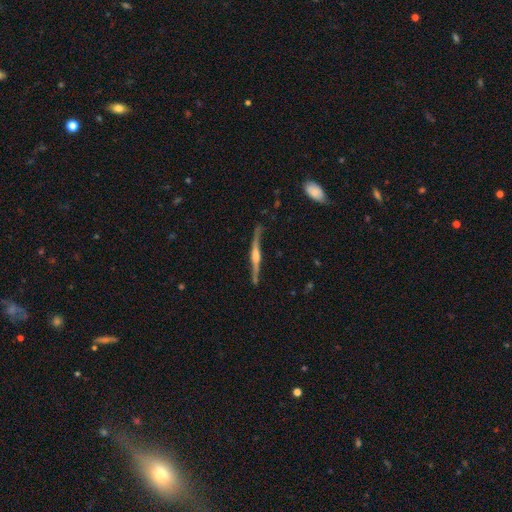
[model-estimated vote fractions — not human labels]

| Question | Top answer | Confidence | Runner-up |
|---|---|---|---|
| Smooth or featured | featured or disk | 82% | smooth (12%) |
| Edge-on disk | yes | 94% | no (6%) |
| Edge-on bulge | rounded | 73% | boxy (19%) |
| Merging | none | 73% | minor disturbance (19%) |